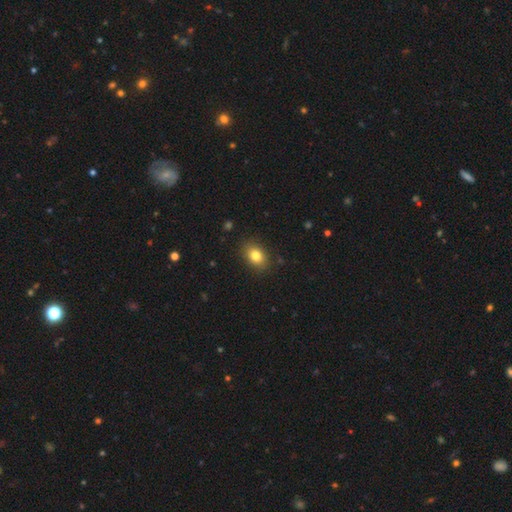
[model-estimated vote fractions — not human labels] smooth_or_featured: smooth (p=0.82) [alt: star or artifact p=0.10]
how_rounded: in between (p=0.73) [alt: round p=0.26]
merging: none (p=0.87) [alt: minor disturbance p=0.09]